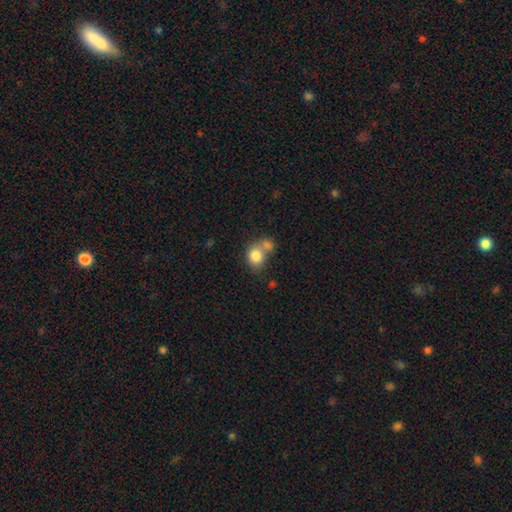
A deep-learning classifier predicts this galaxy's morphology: A smooth galaxy with no disk features (81%) that is round (66%).

Vote fractions:
- Smooth or featured? smooth: 81% / featured or disk: 10% / star or artifact: 9%
- How rounded? round: 66% / in between: 33% / cigar-shaped: 1%
- Merging? merger: 48% / none: 37% / minor disturbance: 10% / major disturbance: 5%